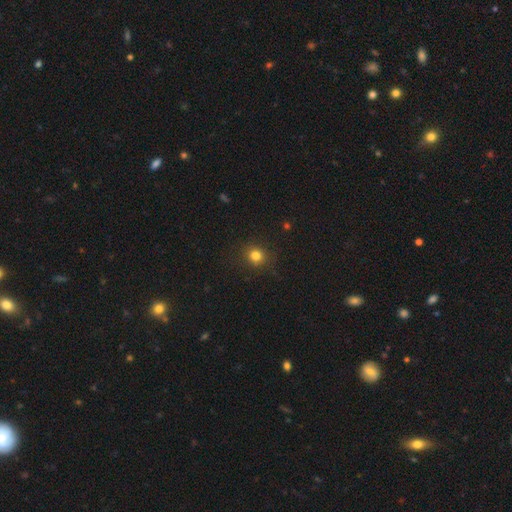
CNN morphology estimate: smooth_or_featured: smooth (p=0.81) [alt: star or artifact p=0.13]
how_rounded: round (p=0.87) [alt: in between p=0.12]
merging: none (p=0.89) [alt: minor disturbance p=0.08]